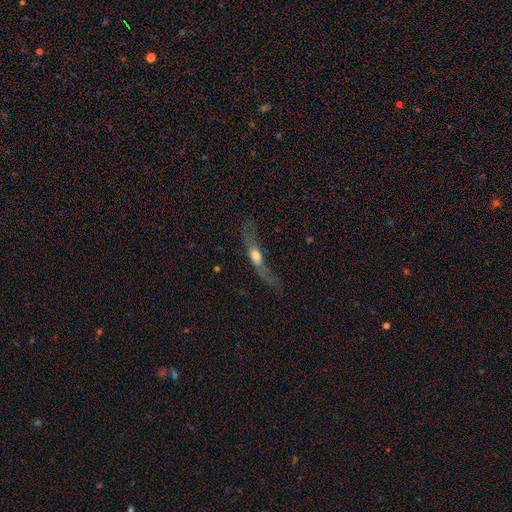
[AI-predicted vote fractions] Morphology: type=featured or disk (51%); edge-on=yes (75%); merging=none (53%).